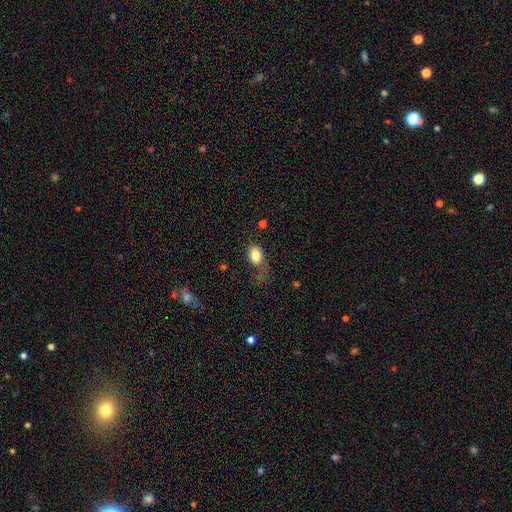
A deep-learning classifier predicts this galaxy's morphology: A smooth galaxy with no disk features (81%) that is in between round and cigar-shaped (79%).

Vote fractions:
- Smooth or featured? smooth: 81% / featured or disk: 10% / star or artifact: 8%
- How rounded? in between: 79% / round: 19% / cigar-shaped: 2%
- Merging? major disturbance: 36% / none: 35% / minor disturbance: 26% / merger: 4%